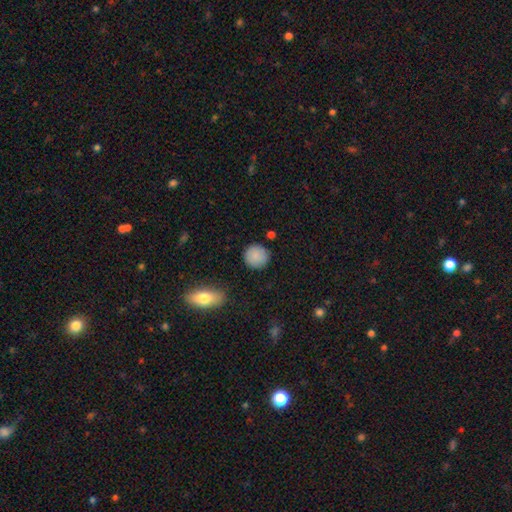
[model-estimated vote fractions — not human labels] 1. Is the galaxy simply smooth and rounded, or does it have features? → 88% smooth, 8% star or artifact, 5% featured or disk.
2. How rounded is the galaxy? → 93% round, 6% in between, 1% cigar-shaped.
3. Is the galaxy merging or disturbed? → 86% none, 9% minor disturbance, 3% major disturbance, 2% merger.